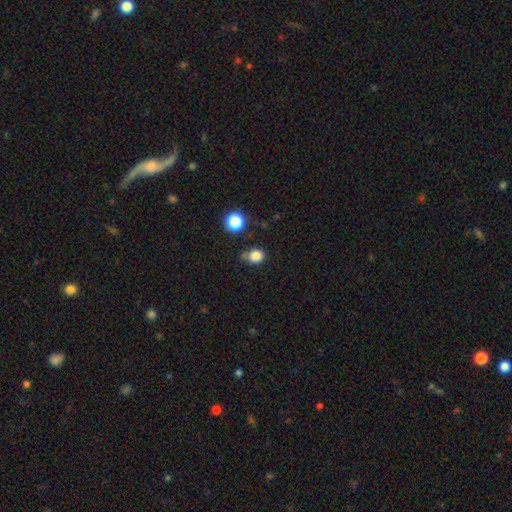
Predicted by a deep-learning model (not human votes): This is clearly a smooth galaxy (82%). How rounded: likely round (69%). Merging: possibly none (59%).